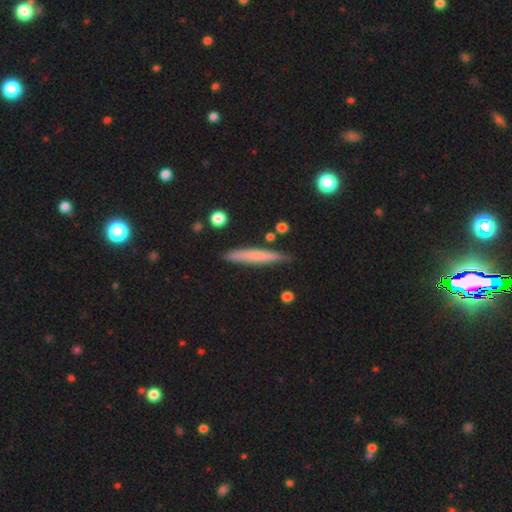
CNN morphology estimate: This is likely a smooth galaxy (64%). How rounded: clearly cigar-shaped (95%). Merging: clearly none (86%).